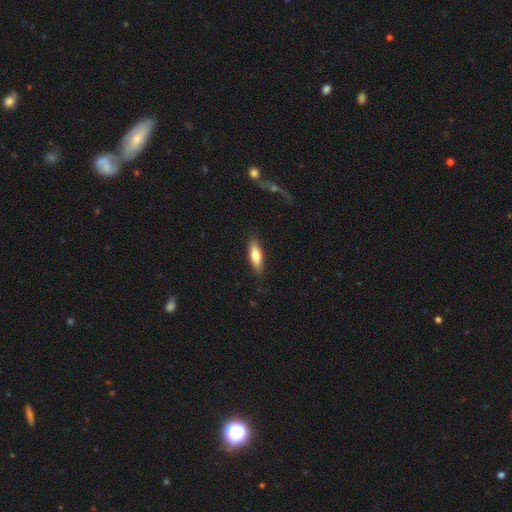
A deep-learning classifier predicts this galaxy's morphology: smooth 76%, featured or disk 18%, star or artifact 6%. Down the decision tree: how rounded — in between (60%); merging — none (84%).